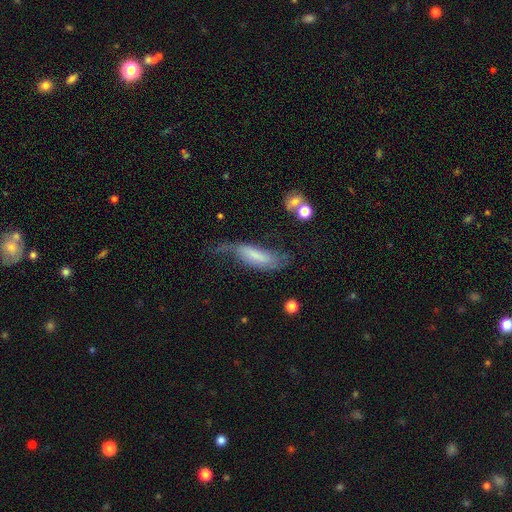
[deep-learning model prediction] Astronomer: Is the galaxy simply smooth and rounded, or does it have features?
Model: smooth — 48% (runner-up: featured or disk, 44%).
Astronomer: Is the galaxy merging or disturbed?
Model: major disturbance — 35% (runner-up: none, 30%).